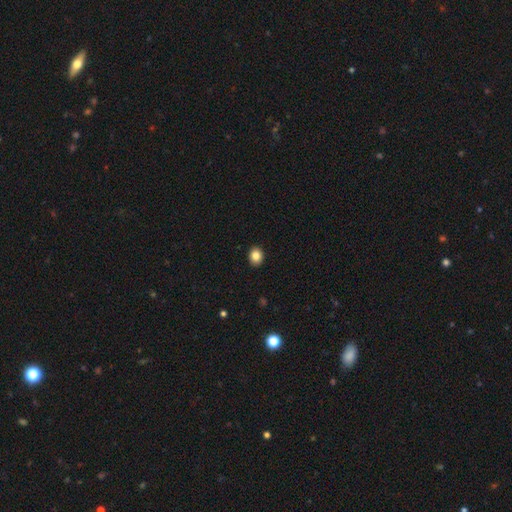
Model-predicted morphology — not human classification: smooth_or_featured: smooth (p=0.84) [alt: star or artifact p=0.10]
how_rounded: round (p=0.51) [alt: in between p=0.48]
merging: none (p=0.91) [alt: minor disturbance p=0.06]